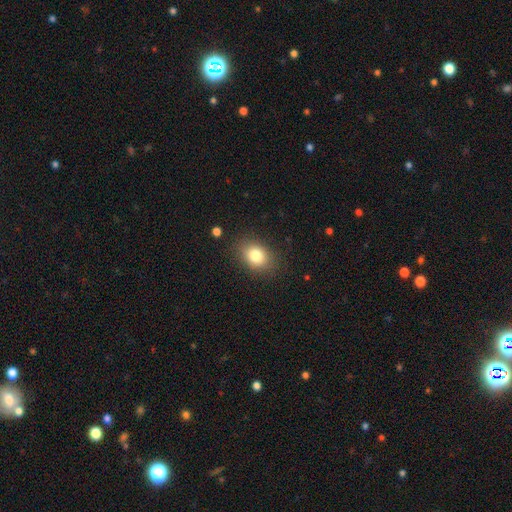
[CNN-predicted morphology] This appears to be a smooth galaxy with no disk features (81%) that is in between round and cigar-shaped (66%). Merging: none (85%).